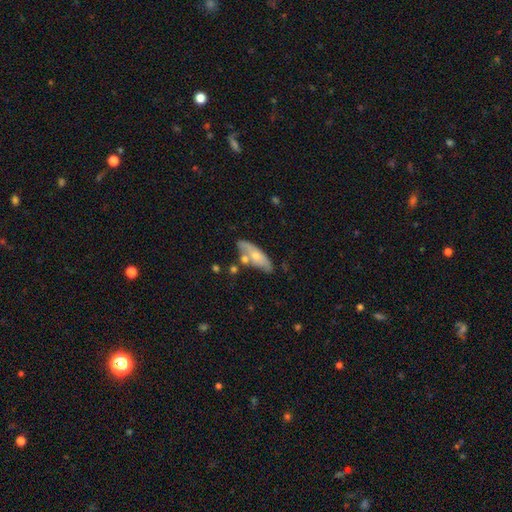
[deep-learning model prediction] smooth_or_featured: featured or disk (p=0.48) [alt: smooth p=0.45]
merging: none (p=0.60) [alt: minor disturbance p=0.21]